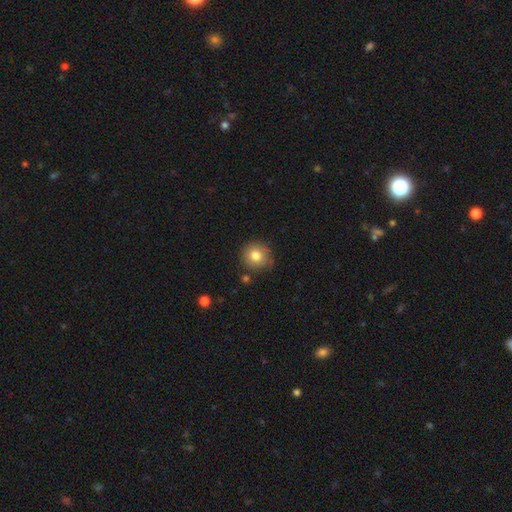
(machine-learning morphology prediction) Smooth or featured?
  - smooth: 80% *
  - star or artifact: 10%
  - featured or disk: 10%
How rounded?
  - round: 92% *
  - in between: 7%
  - cigar-shaped: 1%
Merging?
  - none: 84% *
  - minor disturbance: 10%
  - merger: 3%
  - major disturbance: 2%